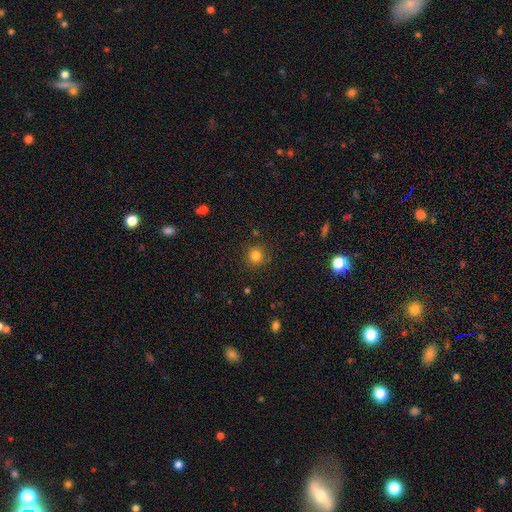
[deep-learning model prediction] A smooth galaxy with no disk features (81%) that is round (93%). Merging: none (88%).